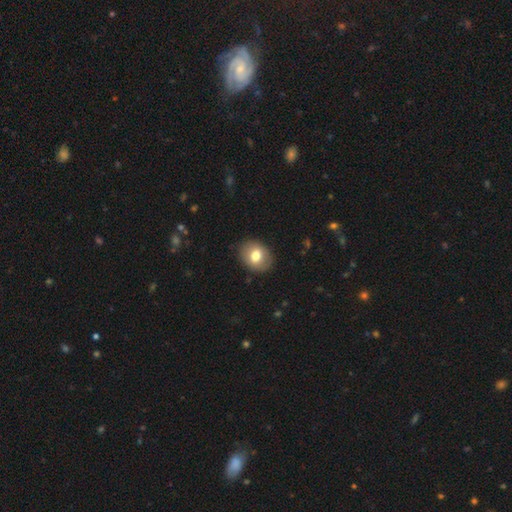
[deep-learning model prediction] A smooth galaxy with no disk features (72%) that is round (50%).

Vote fractions:
- Smooth or featured? smooth: 72% / featured or disk: 20% / star or artifact: 8%
- How rounded? round: 50% / in between: 49% / cigar-shaped: 1%
- Merging? none: 87% / minor disturbance: 9% / major disturbance: 3% / merger: 1%